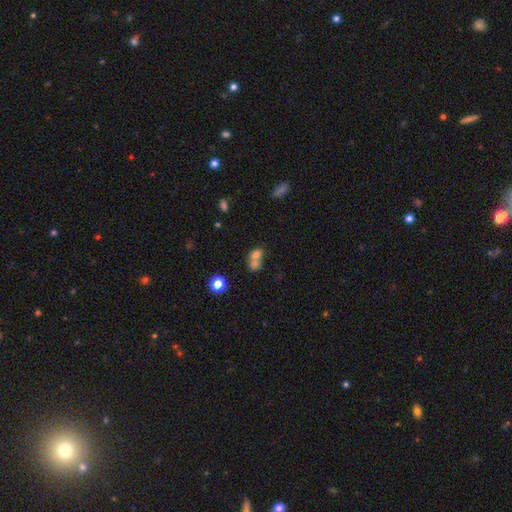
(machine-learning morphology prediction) Q: Smooth or featured?
A: smooth (71%); runner-up: featured or disk (16%)
Q: How rounded?
A: round (49%); tied with: in between (49%)
Q: Merging?
A: merger (68%); runner-up: none (22%)